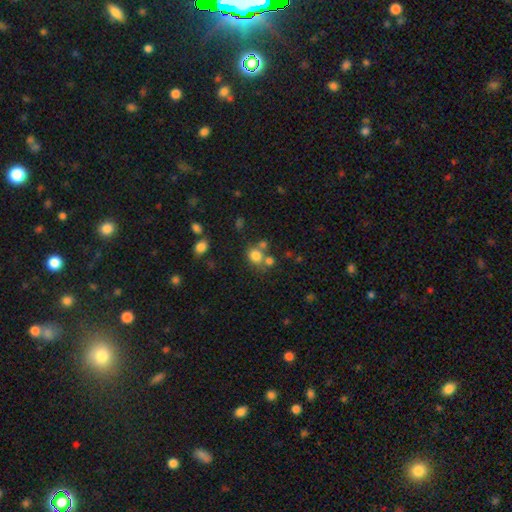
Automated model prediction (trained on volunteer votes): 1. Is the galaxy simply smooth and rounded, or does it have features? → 76% smooth, 14% star or artifact, 10% featured or disk.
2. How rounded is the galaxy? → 75% round, 24% in between, 1% cigar-shaped.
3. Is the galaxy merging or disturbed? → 52% none, 31% merger, 11% minor disturbance, 6% major disturbance.